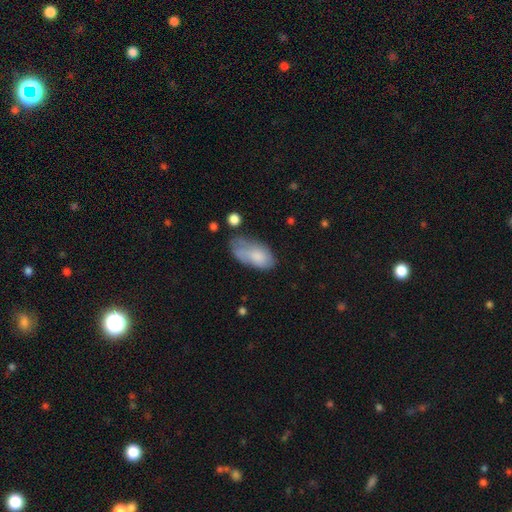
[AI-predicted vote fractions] Overall: smooth (74%). How rounded: in between (92%). Merging: minor disturbance (36%; none 35%).